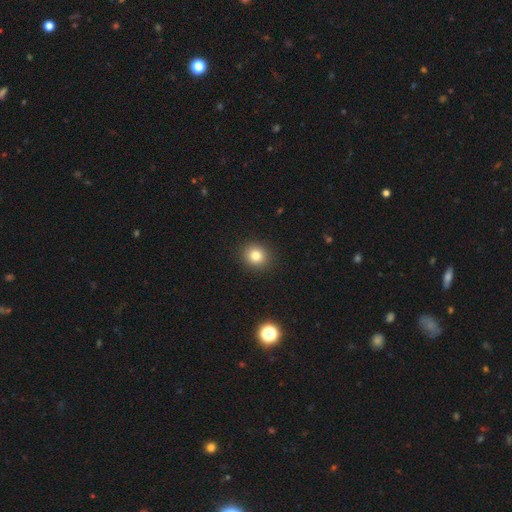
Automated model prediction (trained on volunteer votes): Smooth or featured?
  - smooth: 81% *
  - star or artifact: 12%
  - featured or disk: 7%
How rounded?
  - round: 80% *
  - in between: 19%
  - cigar-shaped: 1%
Merging?
  - none: 91% *
  - minor disturbance: 6%
  - major disturbance: 2%
  - merger: 1%